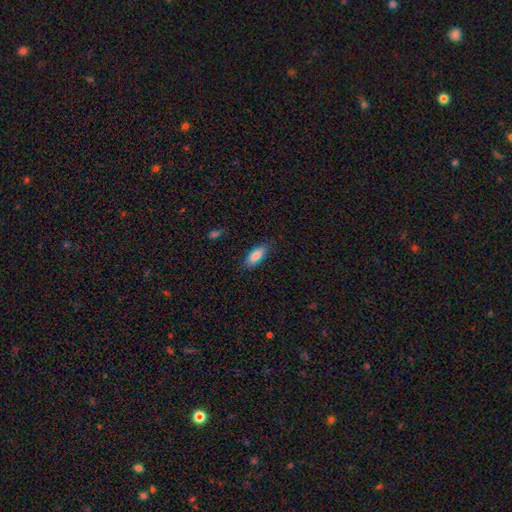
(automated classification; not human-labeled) Smooth or featured? Predicted: smooth (p=0.86). How rounded? Predicted: in between (p=0.79). Merging? Predicted: none (p=0.84).